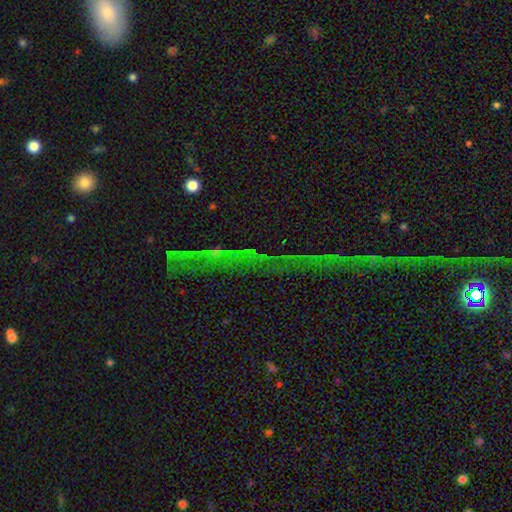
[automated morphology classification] This is likely a star or artifact rather than a galaxy (69%).